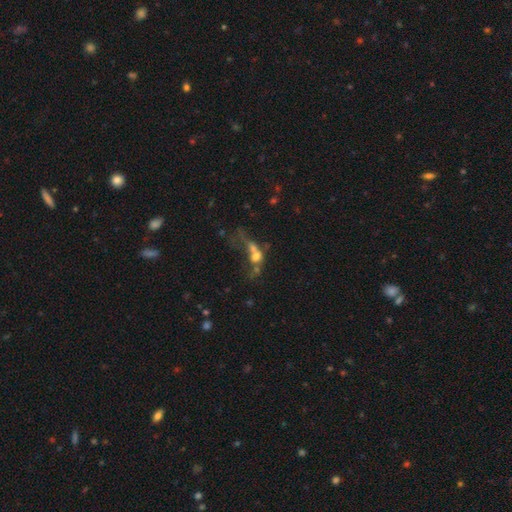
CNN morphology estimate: smooth-or-featured: smooth: 48% | featured or disk: 34% | star or artifact: 18%
  merging: merger: 60% | major disturbance: 19% | none: 15% | minor disturbance: 6%